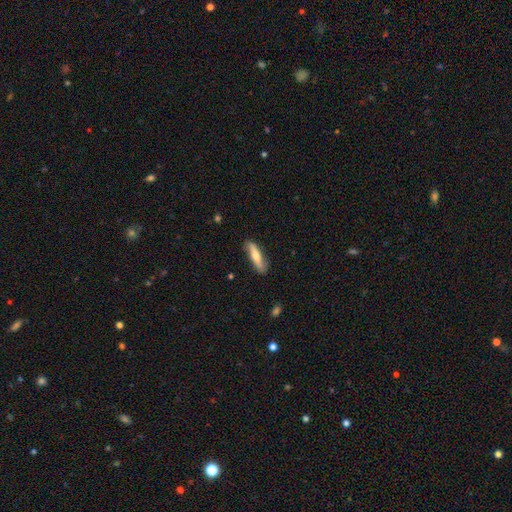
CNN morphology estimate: type=smooth (50%); merging=none (83%).